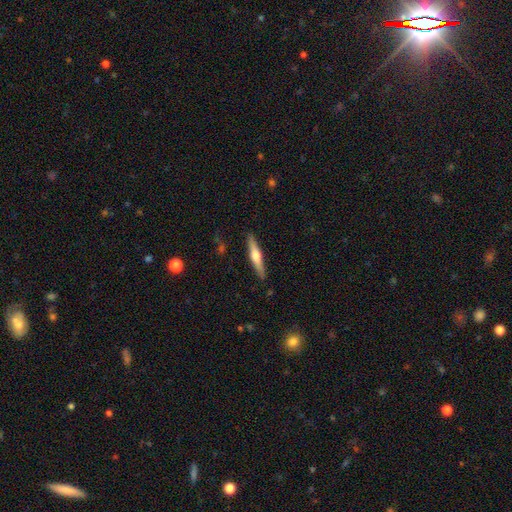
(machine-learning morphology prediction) The model was most divided on "smooth or featured": featured or disk: 57%, smooth: 38%, star or artifact: 5%. More confident: edge-on disk — yes (96%); edge-on bulge — rounded (91%); merging — none (90%).